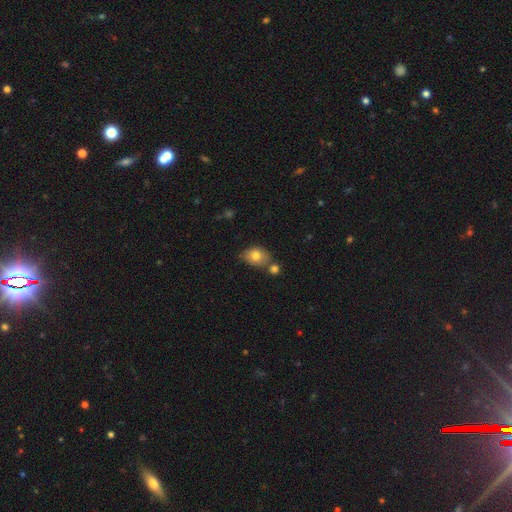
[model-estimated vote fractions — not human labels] The model was most divided on "merging": none: 58%, merger: 21%, minor disturbance: 17%, major disturbance: 4%. More confident: smooth or featured — smooth (78%); how rounded — in between (68%).